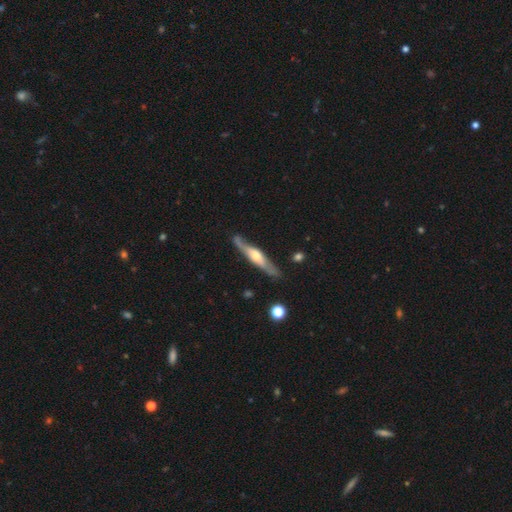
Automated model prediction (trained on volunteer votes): Q: Smooth or featured?
A: featured or disk (70%); runner-up: smooth (25%)
Q: Edge-on disk?
A: yes (85%); runner-up: no (15%)
Q: Edge-on bulge?
A: rounded (85%); runner-up: boxy (9%)
Q: Merging?
A: none (78%); runner-up: minor disturbance (16%)